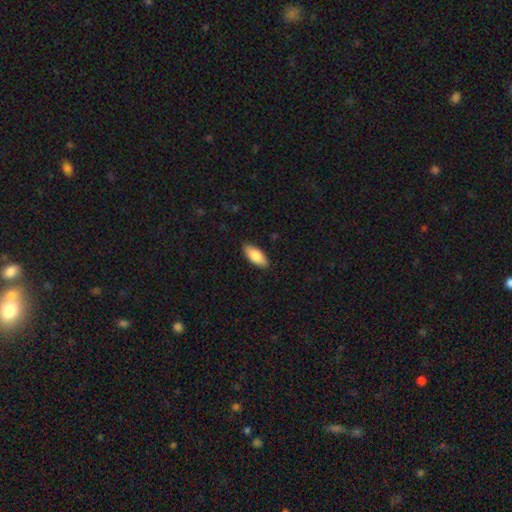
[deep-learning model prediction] smooth-or-featured: smooth: 83% | featured or disk: 12% | star or artifact: 6%
  how-rounded: in between: 86% | cigar-shaped: 12% | round: 2%
  merging: none: 88% | minor disturbance: 10% | major disturbance: 2% | merger: 1%